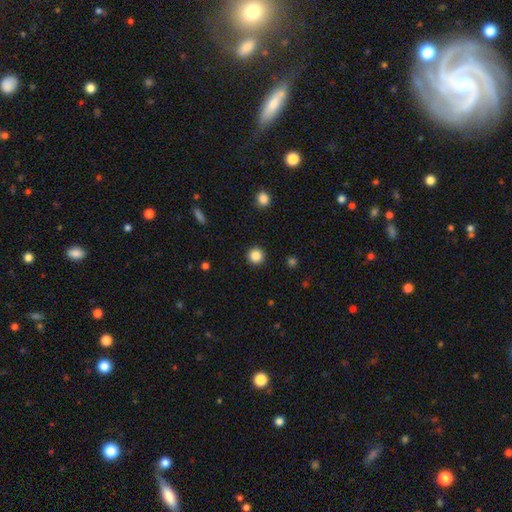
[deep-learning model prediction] smooth 85%, star or artifact 11%, featured or disk 4%. Down the decision tree: how rounded — round (96%); merging — none (93%).